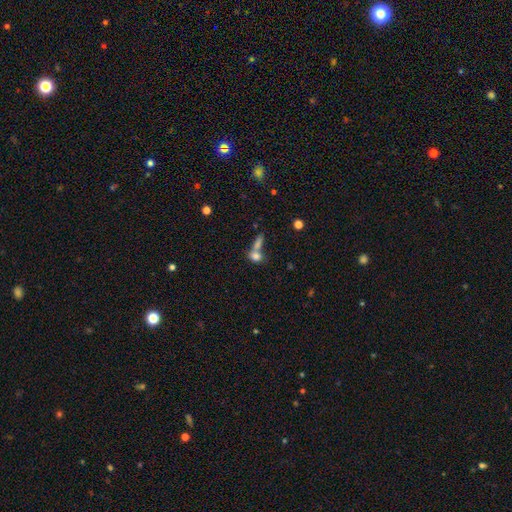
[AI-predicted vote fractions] smooth 77%, featured or disk 12%, star or artifact 11%. Down the decision tree: how rounded — in between (67%); merging — merger (54%).